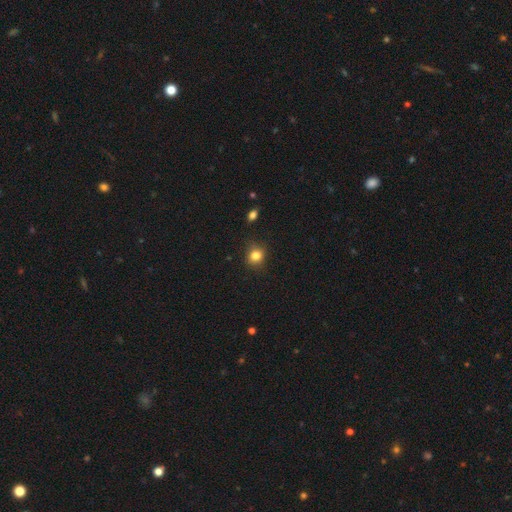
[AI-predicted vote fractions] smooth-or-featured: smooth: 82% | star or artifact: 12% | featured or disk: 7%
  how-rounded: round: 68% | in between: 31% | cigar-shaped: 1%
  merging: none: 77% | minor disturbance: 17% | major disturbance: 4% | merger: 2%